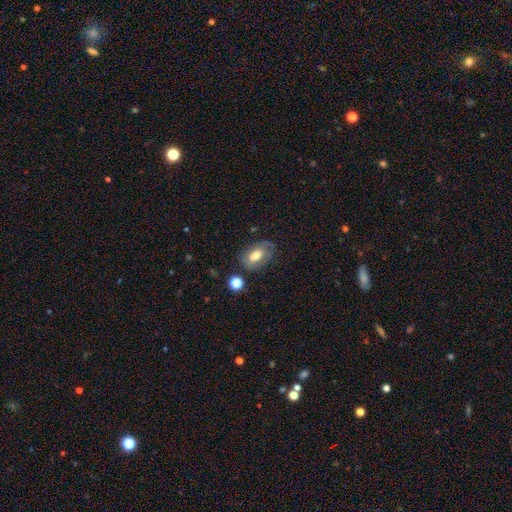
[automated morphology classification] Overall: smooth (57%; featured or disk 34%). How rounded: in between (84%). Merging: none (64%).